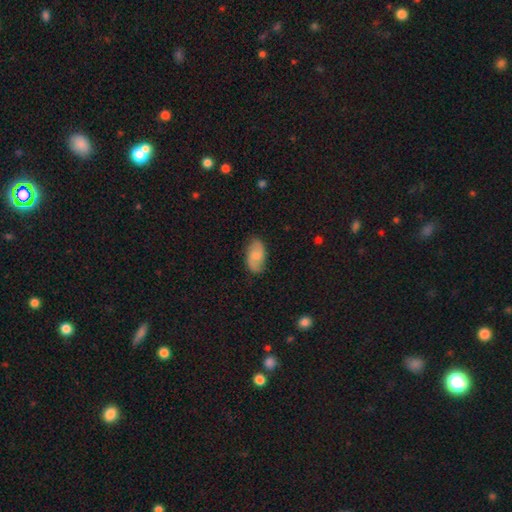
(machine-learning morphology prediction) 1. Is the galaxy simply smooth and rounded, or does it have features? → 50% smooth, 43% featured or disk, 7% star or artifact.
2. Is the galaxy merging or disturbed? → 78% none, 17% minor disturbance, 4% major disturbance, 1% merger.